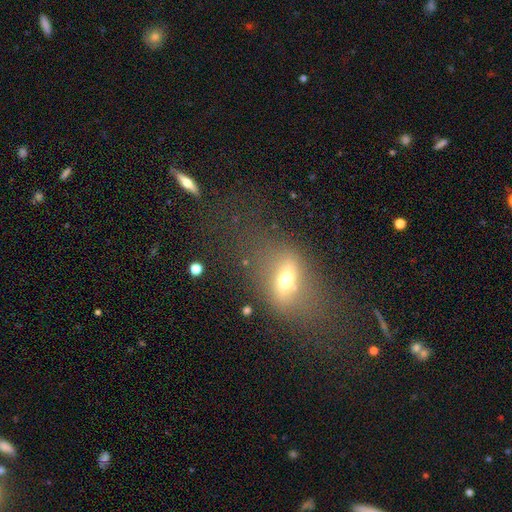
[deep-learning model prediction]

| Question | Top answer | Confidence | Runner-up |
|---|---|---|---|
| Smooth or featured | smooth | 40% | featured or disk (39%) |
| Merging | none | 59% | major disturbance (19%) |